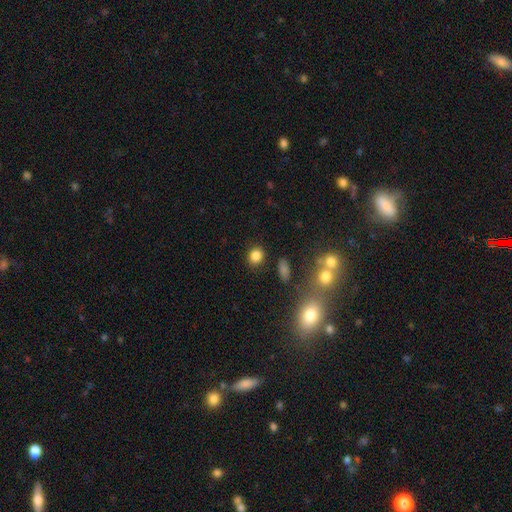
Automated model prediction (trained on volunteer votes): smooth_or_featured: smooth (p=0.83) [alt: star or artifact p=0.11]
how_rounded: round (p=0.64) [alt: in between p=0.35]
merging: none (p=0.84) [alt: minor disturbance p=0.09]